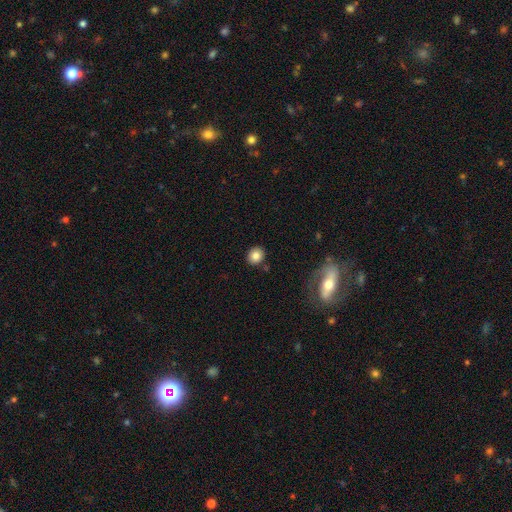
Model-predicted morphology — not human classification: A smooth galaxy with no disk features (83%) that is round (74%). Merging: none (87%).